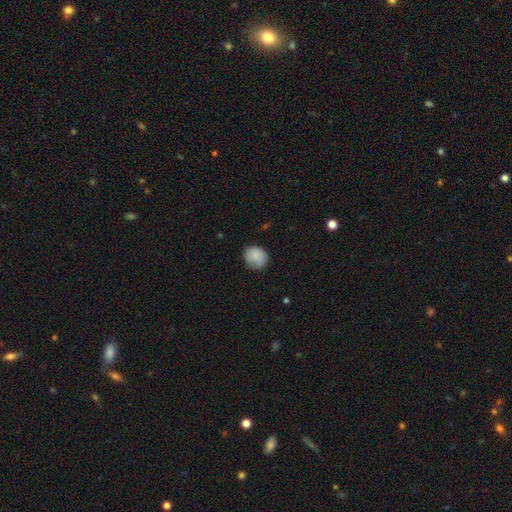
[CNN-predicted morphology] Q: Smooth or featured?
A: smooth (84%); runner-up: featured or disk (8%)
Q: How rounded?
A: round (75%); runner-up: in between (24%)
Q: Merging?
A: none (72%); runner-up: minor disturbance (22%)